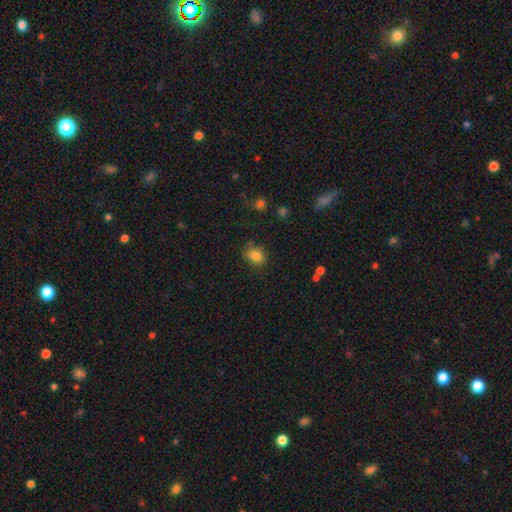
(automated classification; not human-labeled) smooth 82%, star or artifact 11%, featured or disk 7%. Down the decision tree: how rounded — in between (59%); merging — none (73%).